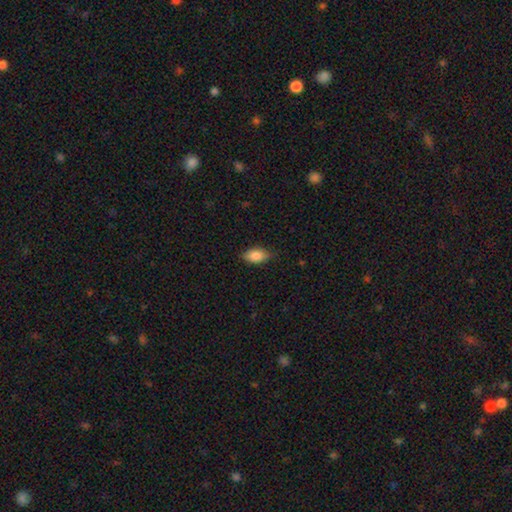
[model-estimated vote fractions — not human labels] A smooth galaxy with no disk features (86%) that is in between round and cigar-shaped (92%). Merging: none (82%).